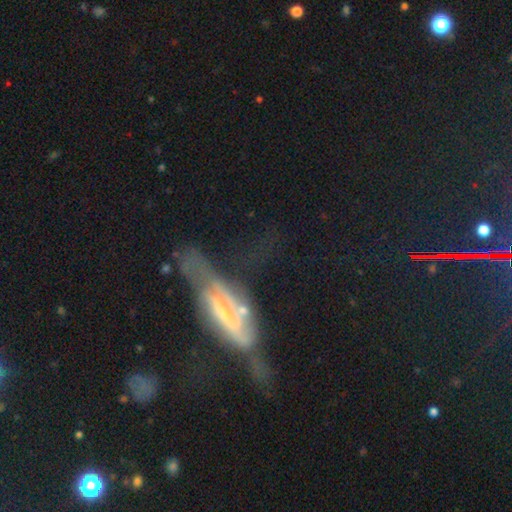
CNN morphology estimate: type=featured or disk (54%); edge-on=no (54%); merging=major disturbance (35%).